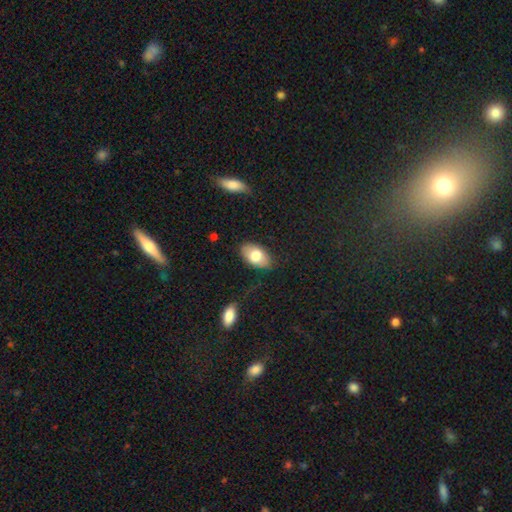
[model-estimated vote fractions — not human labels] Overall: smooth (76%). How rounded: in between (93%). Merging: none (81%).